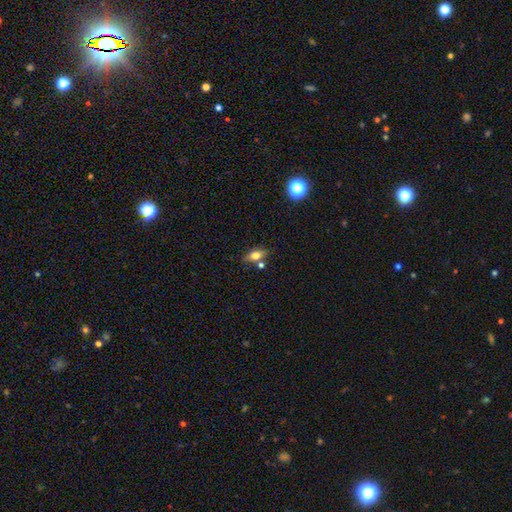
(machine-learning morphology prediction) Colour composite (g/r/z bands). It shows a smooth galaxy with no disk features (67%) that is in between round and cigar-shaped (78%). Merging: none (67%).